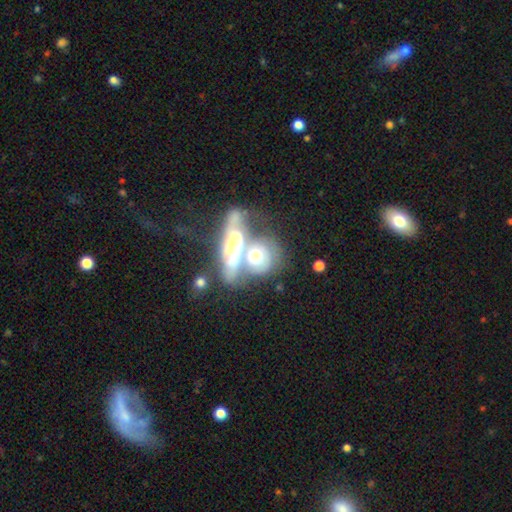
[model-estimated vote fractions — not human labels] Morphology: type=featured or disk (52%); edge-on=no (85%); merging=merger (65%).